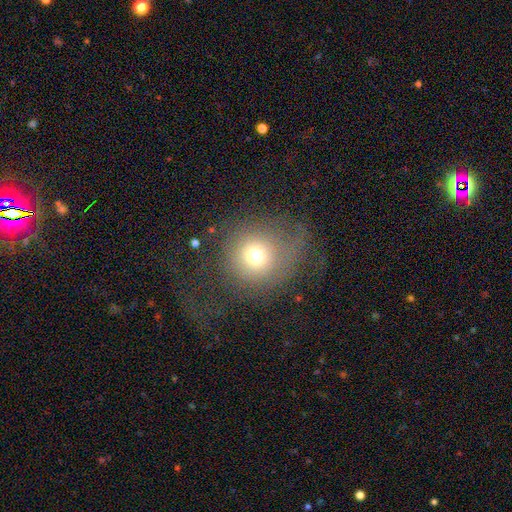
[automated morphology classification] Smooth or featured? smooth (67%)
How rounded? round (89%)
Merging? none (48%)